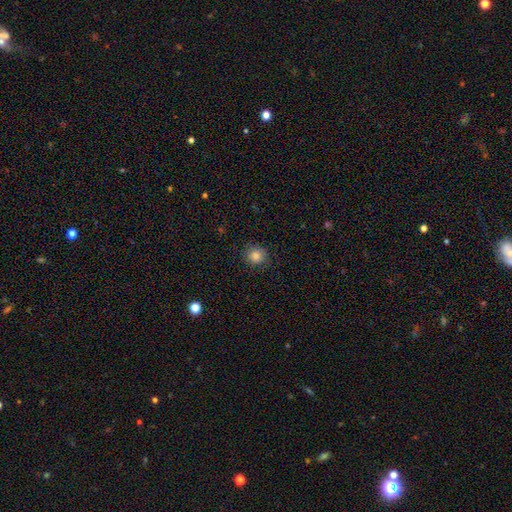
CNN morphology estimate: This appears to be a smooth galaxy with no disk features (84%) that is round (89%). Merging: none (86%).